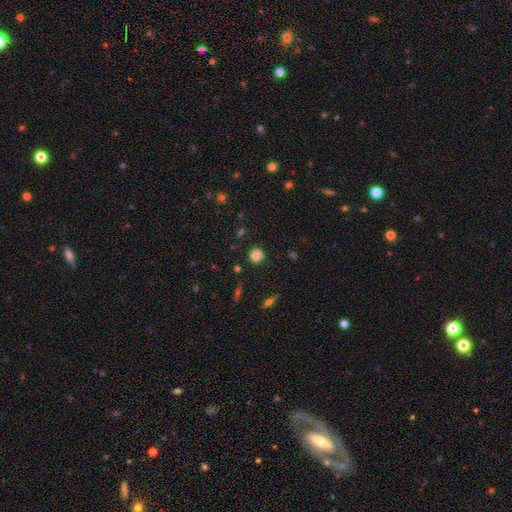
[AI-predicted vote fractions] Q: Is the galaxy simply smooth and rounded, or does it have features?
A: smooth — 79%.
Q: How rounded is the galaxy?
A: round — 90%.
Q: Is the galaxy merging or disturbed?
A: none — 79%.